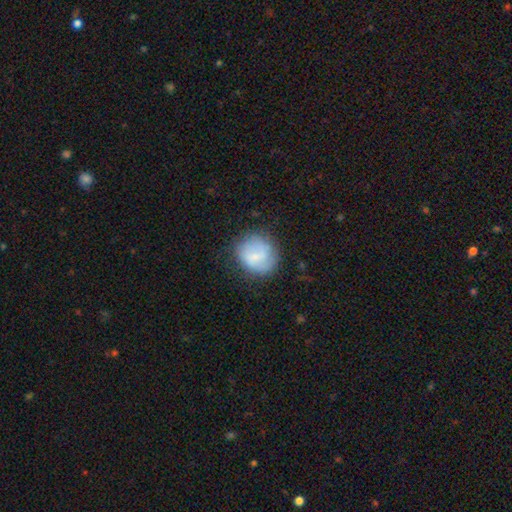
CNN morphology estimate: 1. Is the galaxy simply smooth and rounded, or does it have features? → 65% smooth, 27% featured or disk, 8% star or artifact.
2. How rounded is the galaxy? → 86% round, 13% in between, 1% cigar-shaped.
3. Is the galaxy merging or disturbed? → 70% none, 20% minor disturbance, 9% major disturbance, 2% merger.